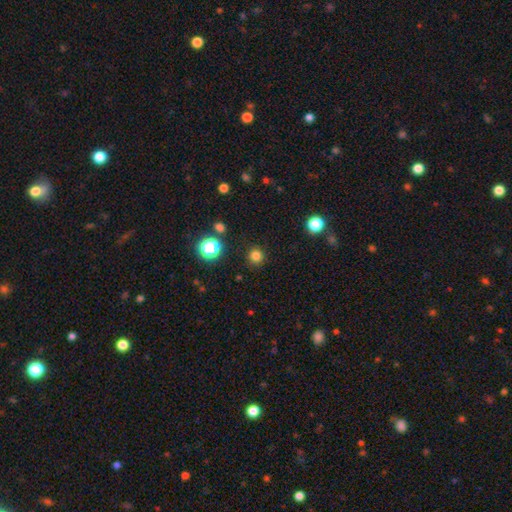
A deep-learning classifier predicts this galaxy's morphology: smooth 80%, star or artifact 16%, featured or disk 4%. Down the decision tree: how rounded — round (95%); merging — none (90%).